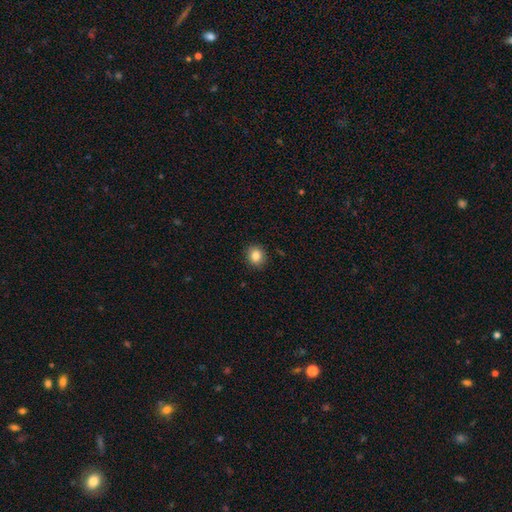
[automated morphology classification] Smooth or featured? smooth (85%)
How rounded? round (78%)
Merging? none (90%)